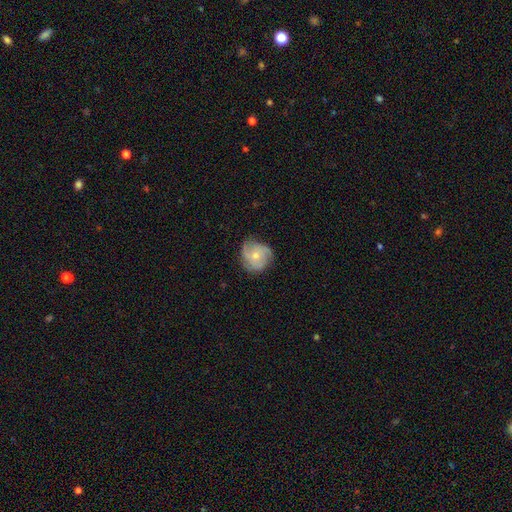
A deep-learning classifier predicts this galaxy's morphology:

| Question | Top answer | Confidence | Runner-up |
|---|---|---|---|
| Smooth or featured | featured or disk | 61% | smooth (32%) |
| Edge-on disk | no | 98% | yes (2%) |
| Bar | no | 80% | weak (17%) |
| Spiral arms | yes | 87% | no (13%) |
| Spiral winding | medium | 43% | tight (40%) |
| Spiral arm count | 3 | 45% | can't tell (20%) |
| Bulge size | small | 51% | moderate (44%) |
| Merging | none | 68% | minor disturbance (24%) |